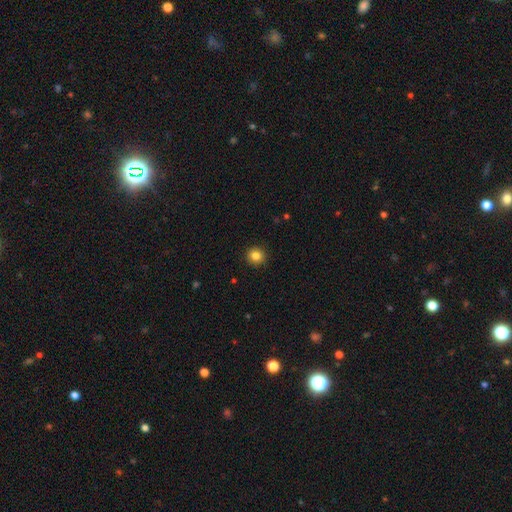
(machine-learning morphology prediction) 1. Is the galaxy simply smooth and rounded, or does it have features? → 83% smooth, 11% star or artifact, 6% featured or disk.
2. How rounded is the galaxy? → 93% round, 6% in between, 1% cigar-shaped.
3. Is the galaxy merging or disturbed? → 92% none, 5% minor disturbance, 2% major disturbance, 1% merger.